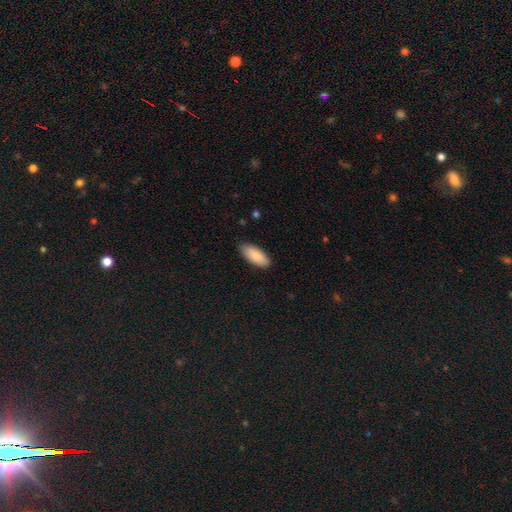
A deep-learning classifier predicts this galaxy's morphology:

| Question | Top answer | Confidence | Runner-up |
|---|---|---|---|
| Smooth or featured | smooth | 89% | featured or disk (6%) |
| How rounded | in between | 84% | cigar-shaped (14%) |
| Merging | none | 85% | minor disturbance (12%) |